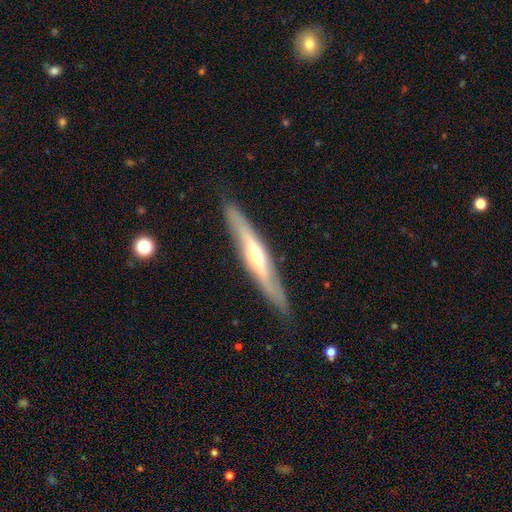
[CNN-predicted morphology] This appears to be a featured or disk galaxy (69%) viewed edge-on (85%) with a rounded central bulge (73%). Merging: none (84%).